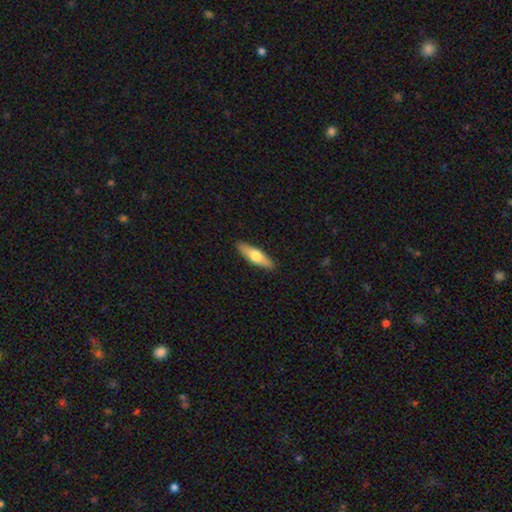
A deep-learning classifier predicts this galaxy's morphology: Smooth or featured? smooth (60%)
How rounded? cigar-shaped (64%)
Merging? none (90%)